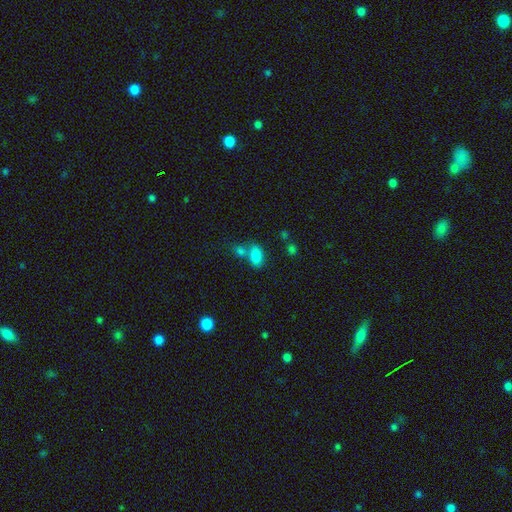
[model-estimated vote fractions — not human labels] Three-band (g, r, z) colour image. It shows a smooth galaxy with no disk features (83%) that is in between round and cigar-shaped (89%). Merging: none (45%).